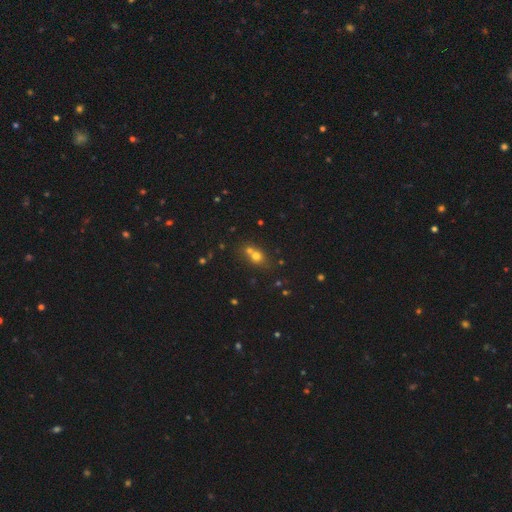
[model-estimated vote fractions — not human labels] Smooth or featured? smooth (66%)
How rounded? round (71%)
Merging? merger (50%)